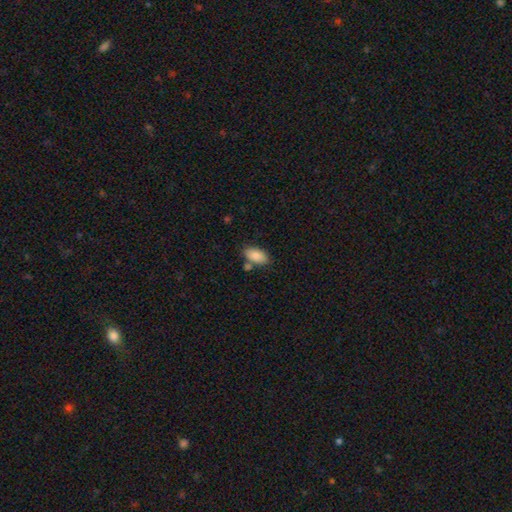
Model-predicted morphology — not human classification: This is clearly a smooth galaxy (86%). How rounded: clearly in between (94%). Merging: likely none (69%).